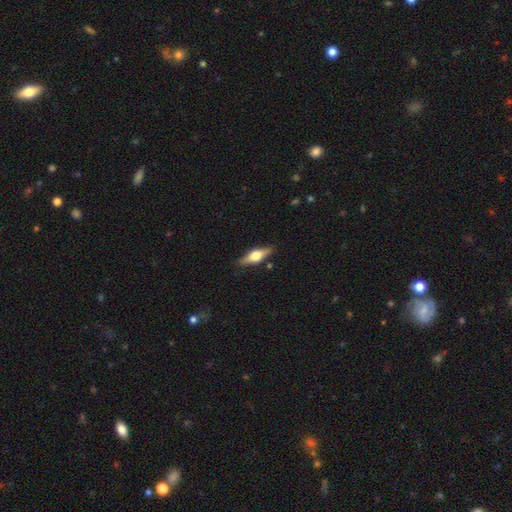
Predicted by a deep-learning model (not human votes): Smooth or featured?
  - featured or disk: 68% *
  - smooth: 25%
  - star or artifact: 6%
Edge-on disk?
  - yes: 96% *
  - no: 4%
Edge-on bulge?
  - rounded: 94% *
  - boxy: 5%
  - none: 1%
Merging?
  - none: 87% *
  - minor disturbance: 9%
  - major disturbance: 2%
  - merger: 2%